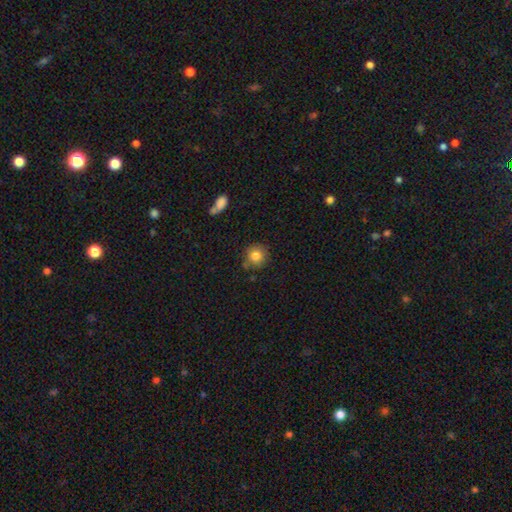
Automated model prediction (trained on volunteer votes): Smooth or featured? smooth (82%)
How rounded? round (92%)
Merging? none (80%)